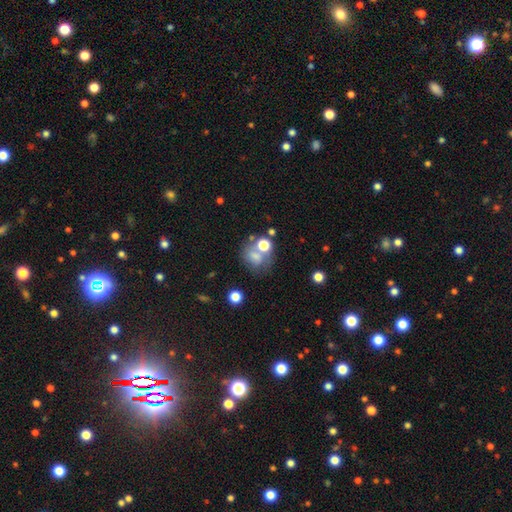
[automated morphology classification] Overall: smooth (61%; featured or disk 21%). How rounded: round (56%; in between 43%). Merging: none (39%; merger 29%).